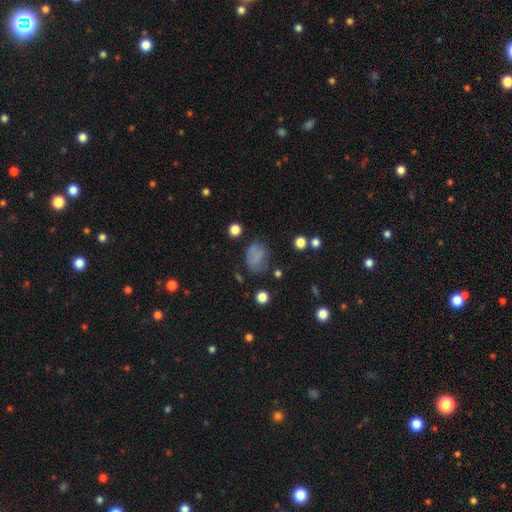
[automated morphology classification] A smooth galaxy with no disk features (75%) that is in between round and cigar-shaped (66%). Merging: none (59%).